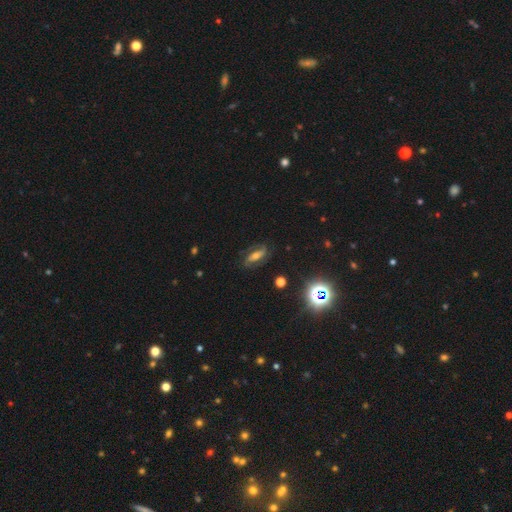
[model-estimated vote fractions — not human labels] Smooth or featured? Predicted: featured or disk (p=0.66). Edge-on disk? Predicted: no (p=0.86). Bar? Predicted: strong (p=0.41). Spiral arms? Predicted: yes (p=0.88). Bulge size? Predicted: moderate (p=0.50). Merging? Predicted: none (p=0.75).